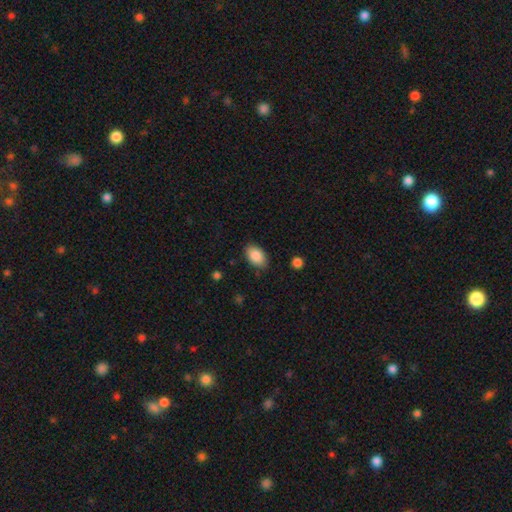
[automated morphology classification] smooth_or_featured: smooth (p=0.87) [alt: star or artifact p=0.07]
how_rounded: in between (p=0.91) [alt: round p=0.07]
merging: none (p=0.84) [alt: minor disturbance p=0.12]